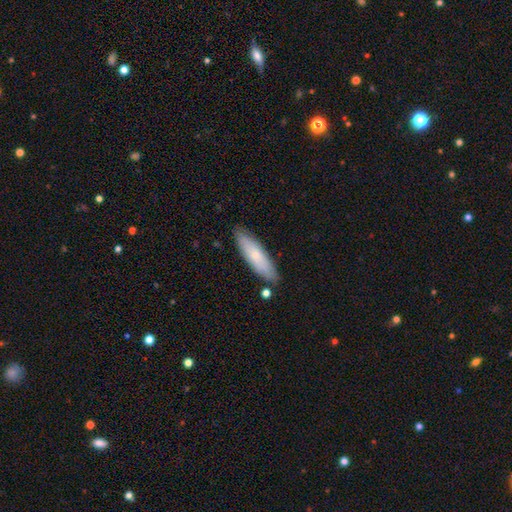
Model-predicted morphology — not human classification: smooth 69%, featured or disk 25%, star or artifact 6%. Down the decision tree: how rounded — cigar-shaped (62%); merging — none (83%).